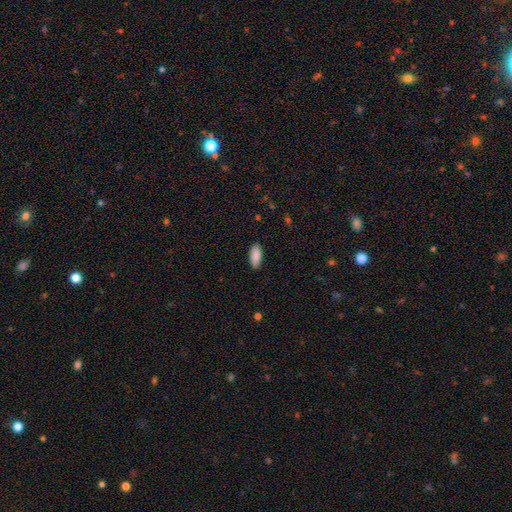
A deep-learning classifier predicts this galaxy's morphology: Overall: smooth (89%). How rounded: in between (86%). Merging: none (86%).